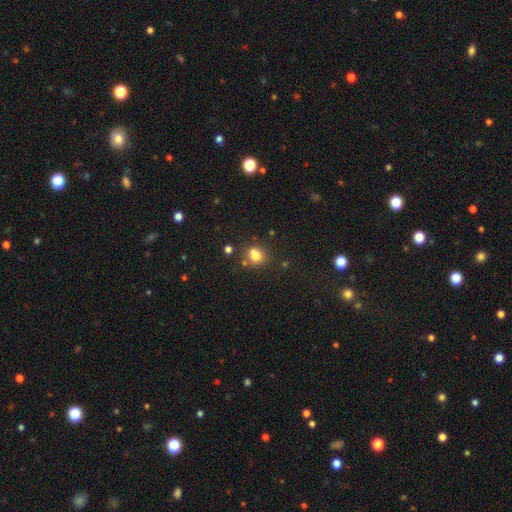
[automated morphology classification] Smooth or featured?
  - smooth: 74% *
  - star or artifact: 14%
  - featured or disk: 12%
How rounded?
  - round: 64% *
  - in between: 35%
  - cigar-shaped: 1%
Merging?
  - none: 56% *
  - merger: 24%
  - minor disturbance: 15%
  - major disturbance: 5%